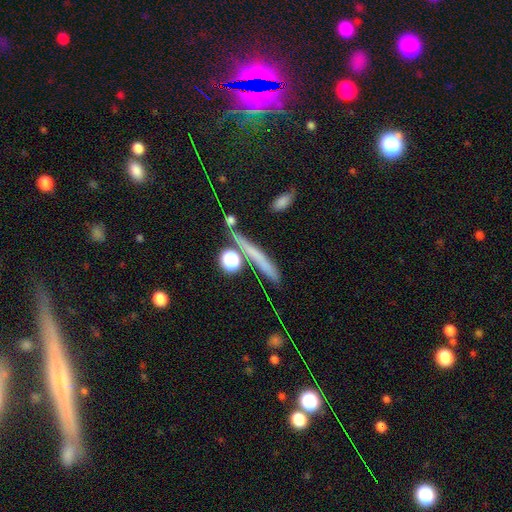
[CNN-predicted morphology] Smooth or featured? Predicted: smooth (p=0.50). How rounded? Predicted: cigar-shaped (p=0.75). Merging? Predicted: none (p=0.75).